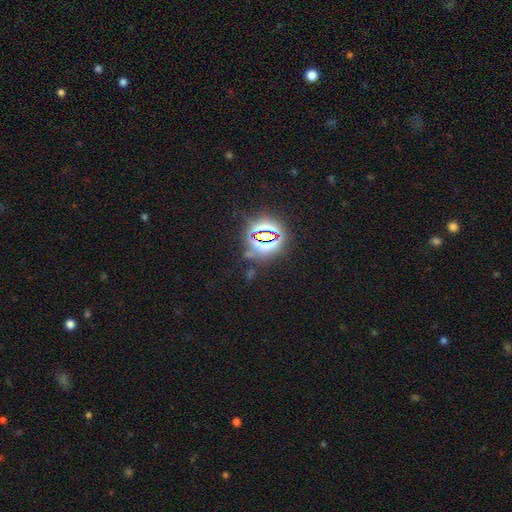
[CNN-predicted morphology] Smooth or featured? star or artifact (85%)